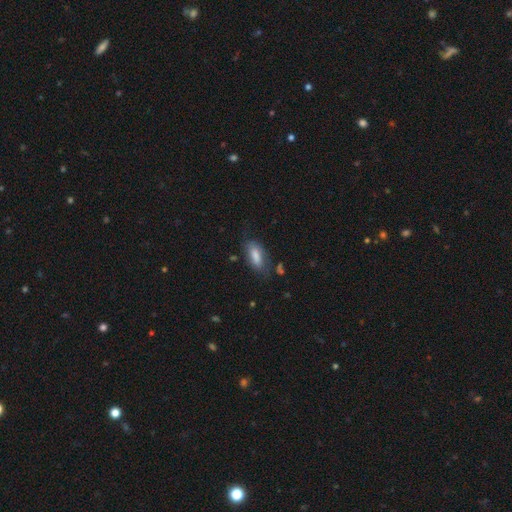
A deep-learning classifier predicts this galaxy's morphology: smooth-or-featured: smooth: 76% | featured or disk: 16% | star or artifact: 7%
  how-rounded: in between: 80% | cigar-shaped: 18% | round: 3%
  merging: none: 62% | minor disturbance: 25% | major disturbance: 10% | merger: 3%